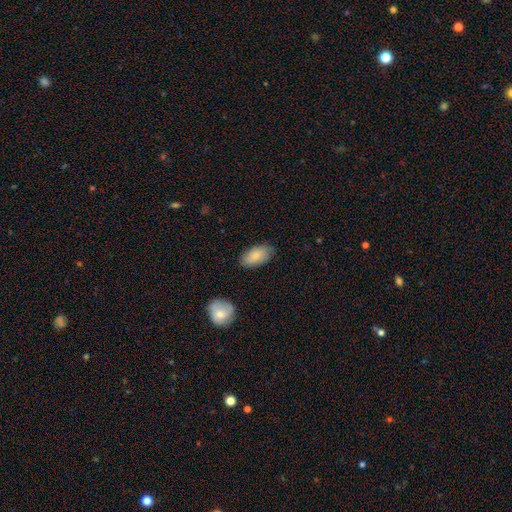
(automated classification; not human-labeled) The model was most divided on "merging": none: 82%, minor disturbance: 14%, major disturbance: 3%, merger: 2%. More confident: how rounded — in between (94%); smooth or featured — smooth (81%).